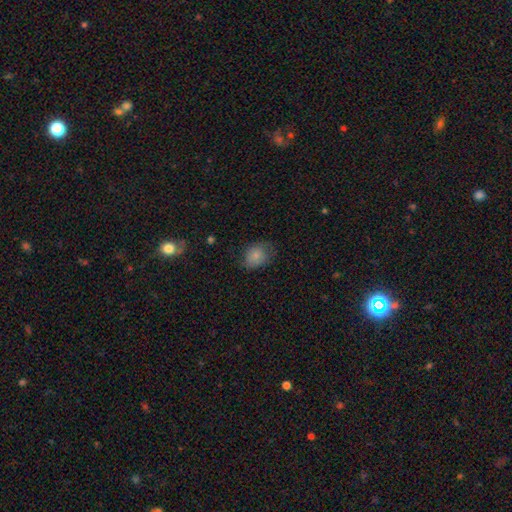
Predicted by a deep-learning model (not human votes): A smooth galaxy with no disk features (80%) that is in between round and cigar-shaped (60%).

Vote fractions:
- Smooth or featured? smooth: 80% / featured or disk: 11% / star or artifact: 9%
- How rounded? in between: 60% / round: 39% / cigar-shaped: 1%
- Merging? none: 61% / minor disturbance: 28% / major disturbance: 10% / merger: 1%